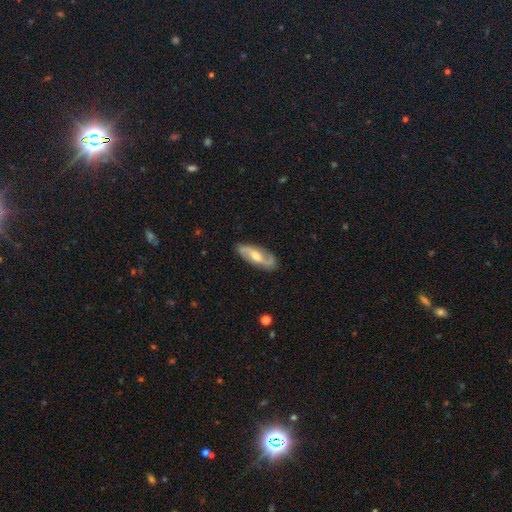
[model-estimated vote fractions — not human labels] Overall: featured or disk (78%). Edge-on disk: no (88%). Bar: weak (43%; no 36%). Spiral arms: yes (93%). Spiral arm count: 2 (90%). Spiral winding: medium (42%; loose 41%). Bulge size: moderate (62%; small 29%). Merging: none (84%).